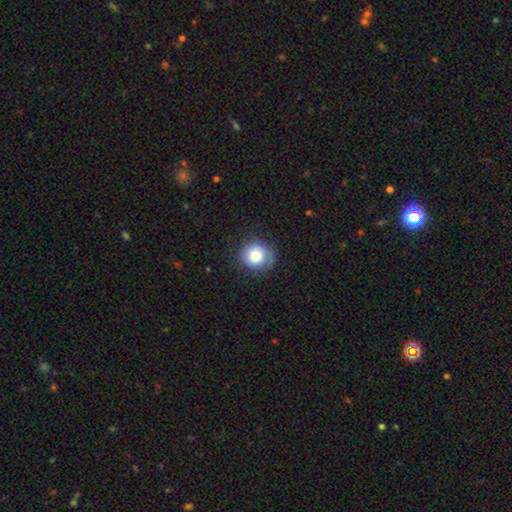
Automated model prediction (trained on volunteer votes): Smooth or featured: smooth — 77% (featured or disk — 15%)
How rounded: round — 89% (in between — 10%)
Merging: none — 76% (minor disturbance — 17%)